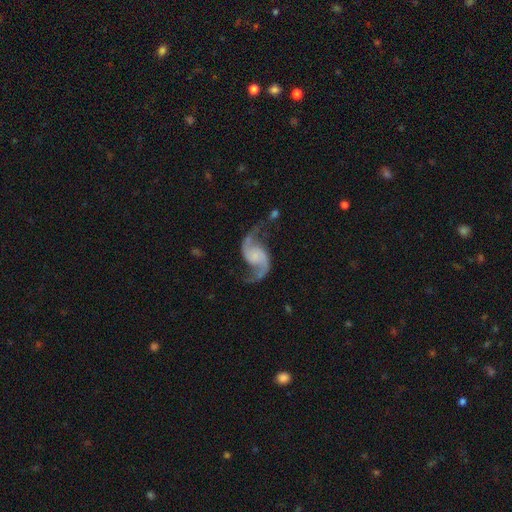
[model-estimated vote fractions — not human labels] A featured or disk galaxy (92%) with no bar (61%), 2 (94%) loose (76%) spiral arms (98%) and no central bulge (47%). Merging: none (73%).